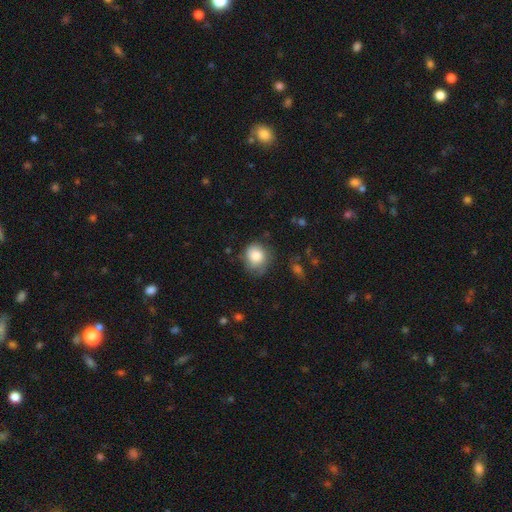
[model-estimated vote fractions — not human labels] Smooth or featured: smooth — 82% (featured or disk — 10%)
How rounded: round — 75% (in between — 24%)
Merging: none — 62% (minor disturbance — 27%)